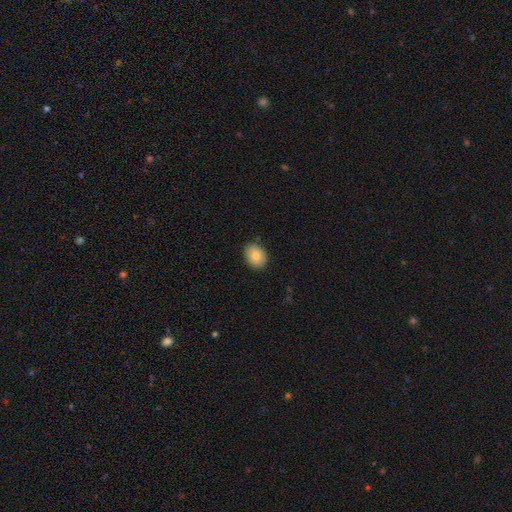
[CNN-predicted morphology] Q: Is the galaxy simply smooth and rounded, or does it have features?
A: smooth — 78%.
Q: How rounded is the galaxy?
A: in between — 64%.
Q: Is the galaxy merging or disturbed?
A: none — 85%.